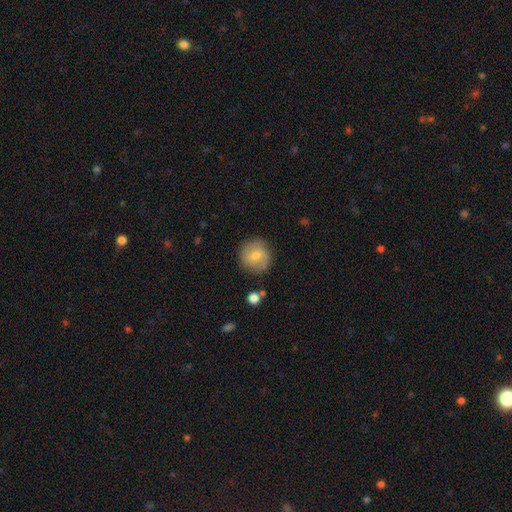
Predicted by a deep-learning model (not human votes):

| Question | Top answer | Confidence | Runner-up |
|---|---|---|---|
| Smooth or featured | smooth | 58% | featured or disk (35%) |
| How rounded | round | 92% | in between (7%) |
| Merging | none | 82% | minor disturbance (12%) |